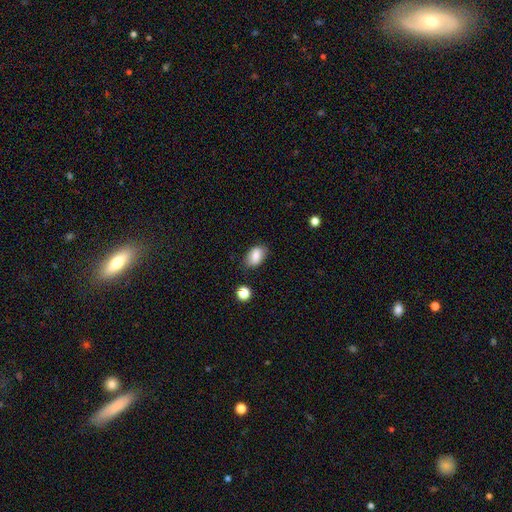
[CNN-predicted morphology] smooth 83%, featured or disk 9%, star or artifact 8%. Down the decision tree: how rounded — in between (87%); merging — none (79%).